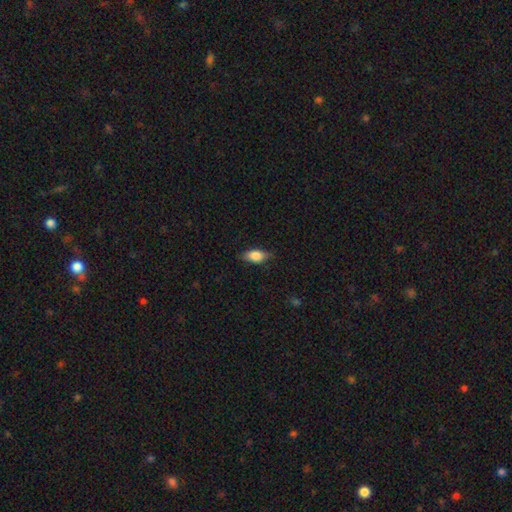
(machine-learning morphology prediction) Smooth or featured? smooth (77%)
How rounded? in between (85%)
Merging? none (75%)